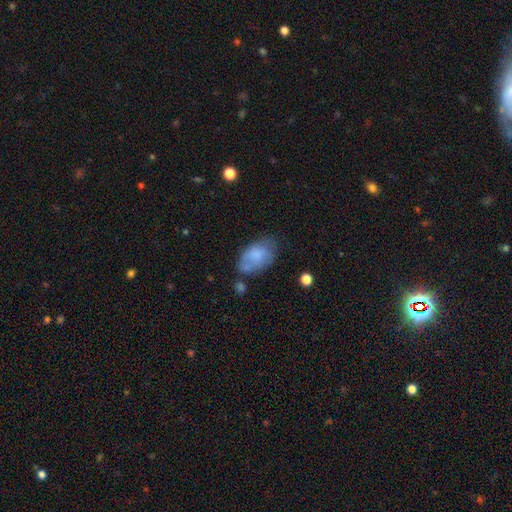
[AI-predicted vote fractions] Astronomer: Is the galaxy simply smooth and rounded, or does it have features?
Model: smooth — 73%.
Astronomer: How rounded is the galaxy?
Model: in between — 91%.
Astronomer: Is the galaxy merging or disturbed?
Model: none — 51% (runner-up: minor disturbance, 29%).